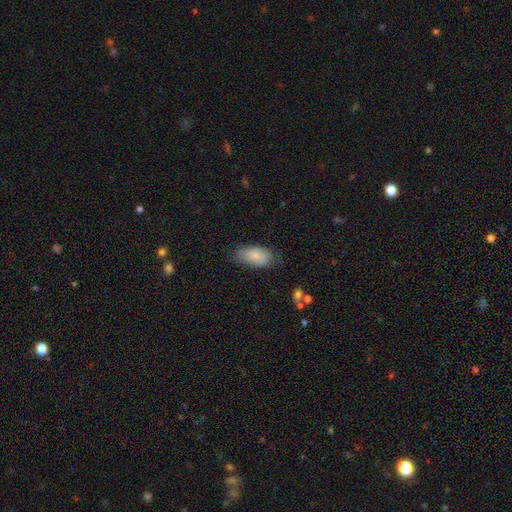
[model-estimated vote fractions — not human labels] Smooth or featured: smooth — 81% (featured or disk — 12%)
How rounded: in between — 92% (cigar-shaped — 4%)
Merging: none — 64% (minor disturbance — 27%)